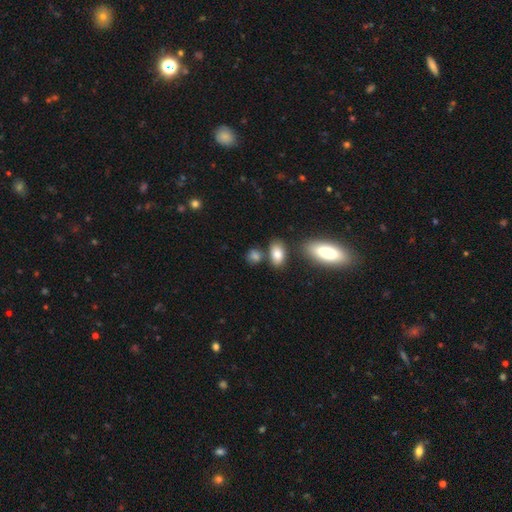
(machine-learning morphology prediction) Smooth or featured: smooth — 78% (star or artifact — 11%)
How rounded: in between — 73% (round — 19%)
Merging: none — 70% (minor disturbance — 13%)